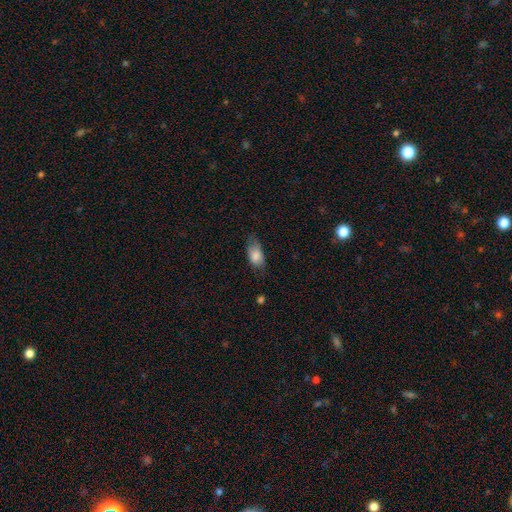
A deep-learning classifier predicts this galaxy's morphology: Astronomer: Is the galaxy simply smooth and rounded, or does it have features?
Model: smooth — 81%.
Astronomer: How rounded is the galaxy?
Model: in between — 90%.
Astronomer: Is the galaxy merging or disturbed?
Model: none — 56% (runner-up: minor disturbance, 32%).